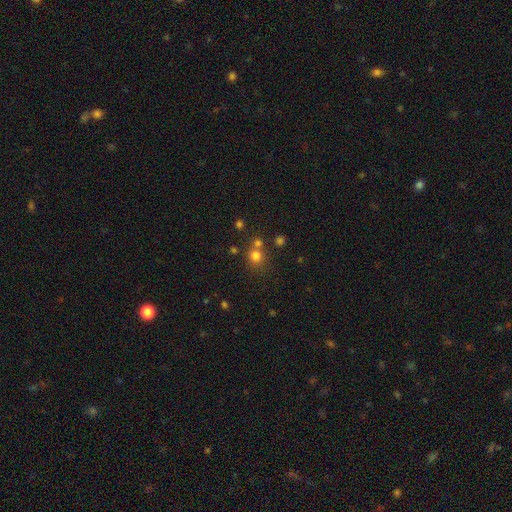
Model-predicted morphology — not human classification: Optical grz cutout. It shows a smooth galaxy with no disk features (74%) that is round (86%). Merging: none (60%).